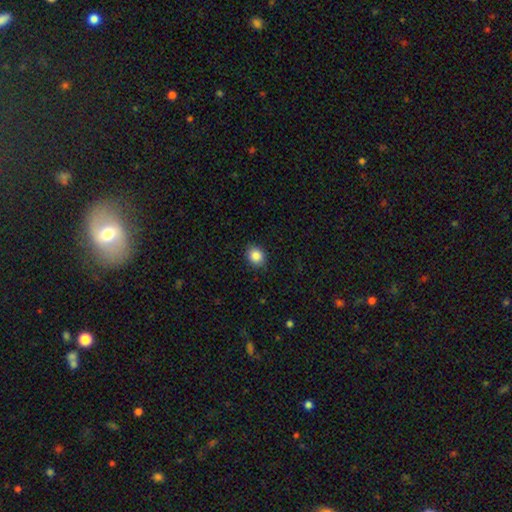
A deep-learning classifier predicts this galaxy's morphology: Smooth or featured?
  - smooth: 87% *
  - star or artifact: 9%
  - featured or disk: 4%
How rounded?
  - round: 63% *
  - in between: 36%
  - cigar-shaped: 1%
Merging?
  - none: 88% *
  - minor disturbance: 9%
  - major disturbance: 2%
  - merger: 1%